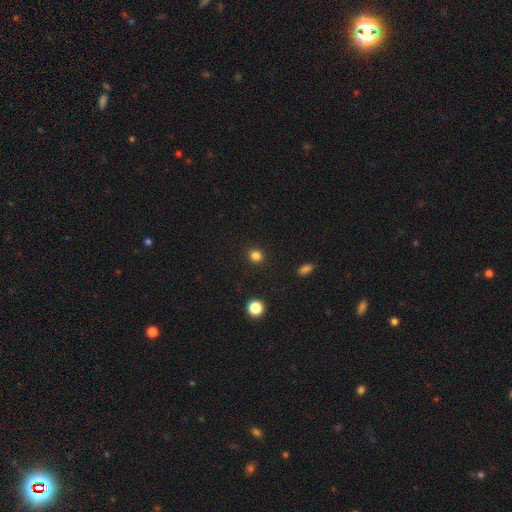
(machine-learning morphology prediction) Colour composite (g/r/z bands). It shows a smooth galaxy with no disk features (82%) that is round (85%). Merging: none (91%).